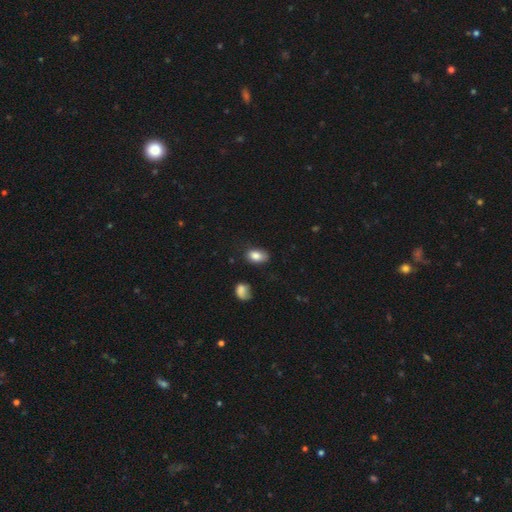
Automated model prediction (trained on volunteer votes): Smooth or featured? Predicted: smooth (p=0.85). How rounded? Predicted: in between (p=0.88). Merging? Predicted: none (p=0.70).